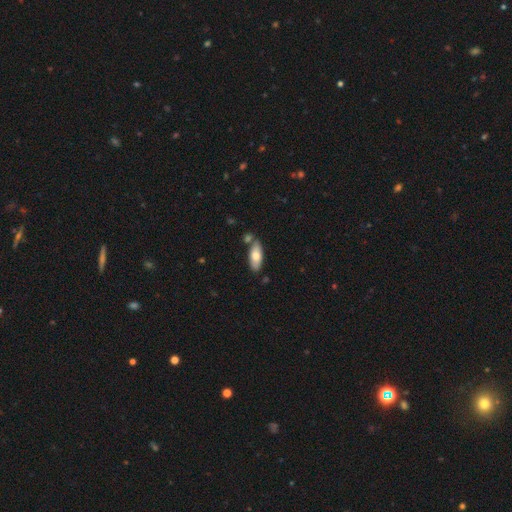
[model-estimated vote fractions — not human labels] Smooth or featured? Predicted: smooth (p=0.71). How rounded? Predicted: in between (p=0.80). Merging? Predicted: none (p=0.74).